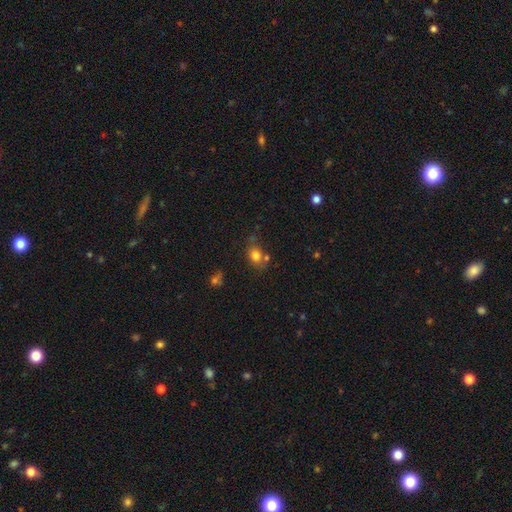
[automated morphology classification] smooth_or_featured: smooth (p=0.78) [alt: star or artifact p=0.12]
how_rounded: in between (p=0.58) [alt: round p=0.40]
merging: none (p=0.60) [alt: minor disturbance p=0.18]